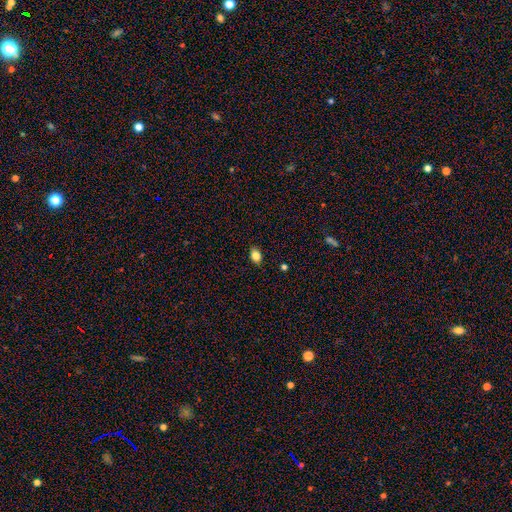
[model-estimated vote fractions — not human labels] smooth 83%, star or artifact 11%, featured or disk 6%. Down the decision tree: how rounded — in between (72%); merging — none (88%).